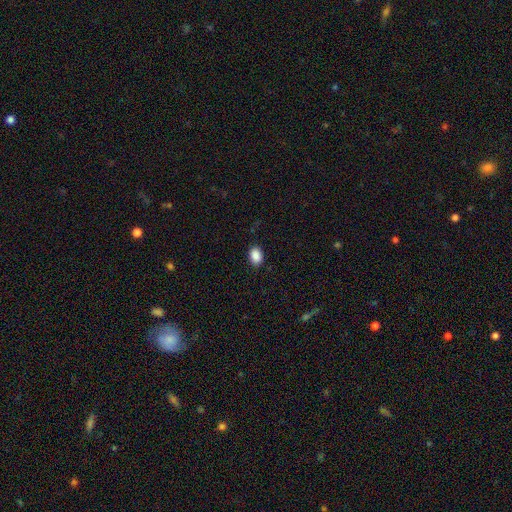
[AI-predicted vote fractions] A smooth galaxy with no disk features (89%) that is in between round and cigar-shaped (79%). Merging: none (89%).